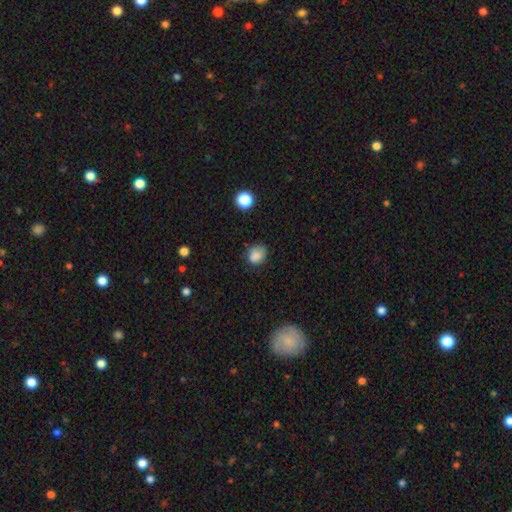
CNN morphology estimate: Smooth or featured?
  - smooth: 83% *
  - star or artifact: 11%
  - featured or disk: 6%
How rounded?
  - round: 59% *
  - in between: 40%
  - cigar-shaped: 1%
Merging?
  - none: 64% *
  - minor disturbance: 27%
  - major disturbance: 7%
  - merger: 2%